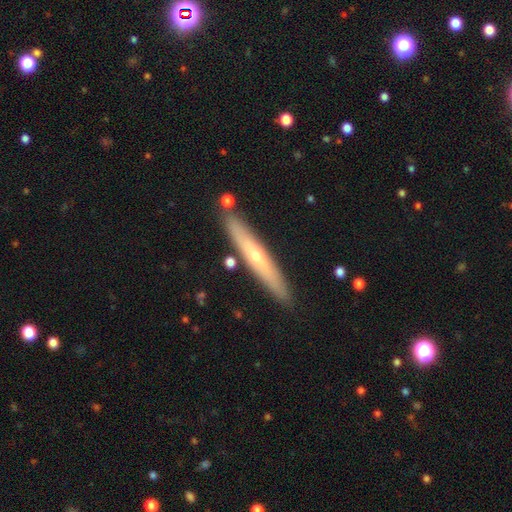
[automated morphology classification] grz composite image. It shows a featured or disk galaxy (55%) viewed edge-on (86%). Merging: none (86%).